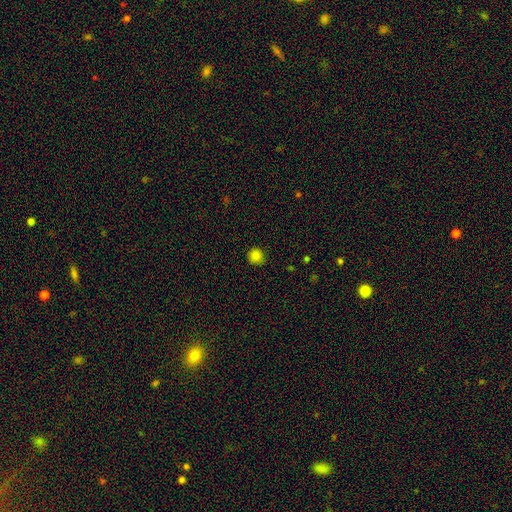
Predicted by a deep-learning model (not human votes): Overall: smooth (84%). How rounded: round (92%). Merging: none (88%).